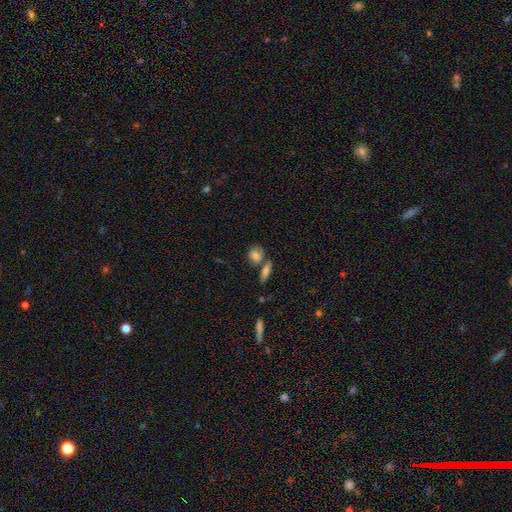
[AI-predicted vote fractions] A smooth galaxy with no disk features (74%) that is in between round and cigar-shaped (53%). Merging: none (51%).